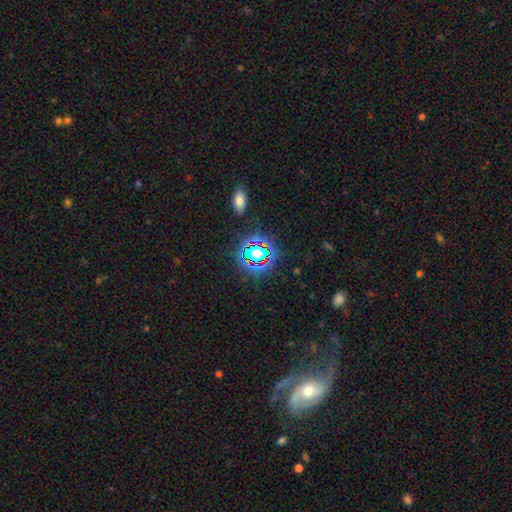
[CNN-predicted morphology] smooth-or-featured: star or artifact: 69% | smooth: 21% | featured or disk: 11%